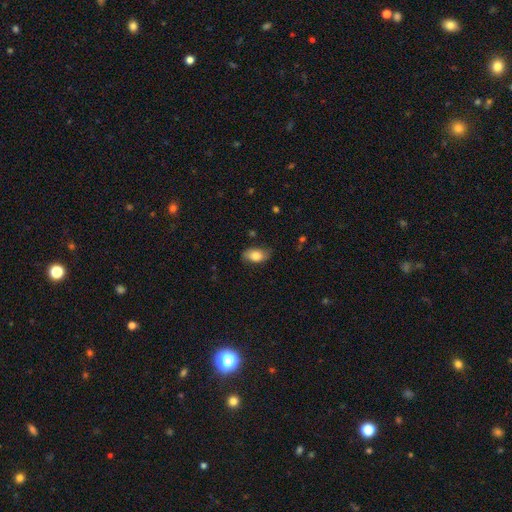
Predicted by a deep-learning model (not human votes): Smooth or featured: smooth — 80% (featured or disk — 13%)
How rounded: in between — 91% (round — 7%)
Merging: none — 77% (minor disturbance — 18%)